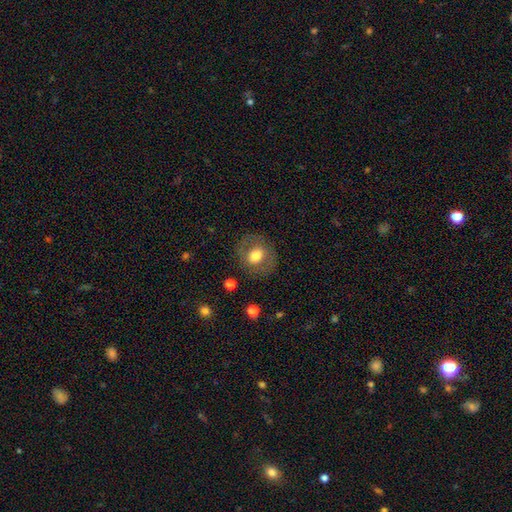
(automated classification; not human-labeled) This is likely a smooth galaxy (62%). How rounded: likely round (70%). Merging: likely none (80%).